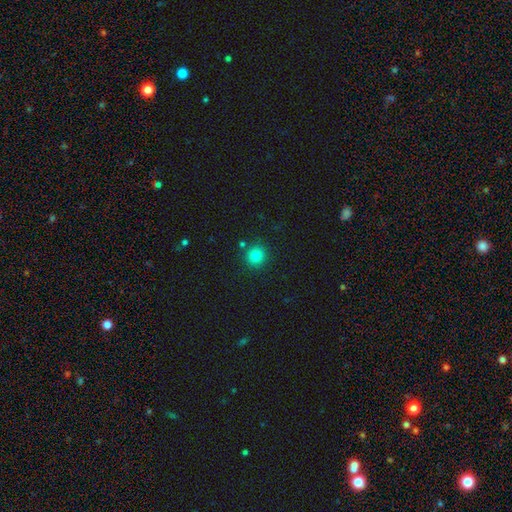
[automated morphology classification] Q: Smooth or featured?
A: smooth (81%); runner-up: star or artifact (13%)
Q: How rounded?
A: round (92%); runner-up: in between (7%)
Q: Merging?
A: none (87%); runner-up: minor disturbance (7%)